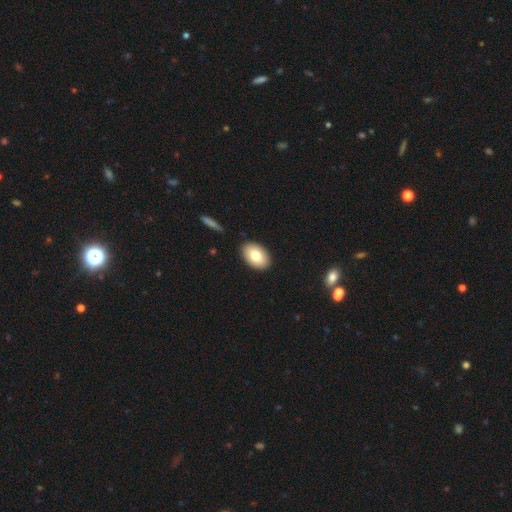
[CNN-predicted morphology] The model was most divided on "smooth or featured": smooth: 77%, featured or disk: 16%, star or artifact: 7%. More confident: how rounded — in between (89%); merging — none (89%).